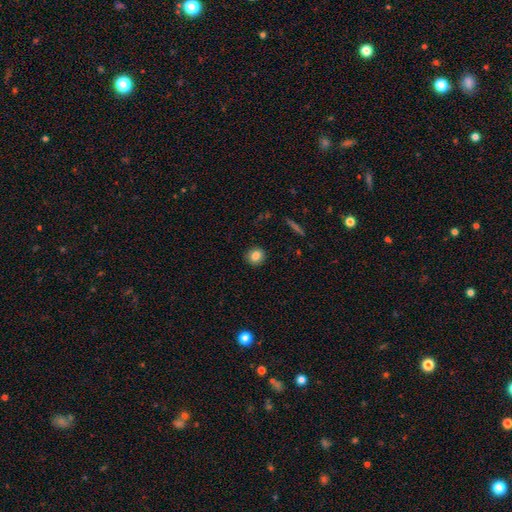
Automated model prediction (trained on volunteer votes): Morphology: type=smooth (83%); roundness=round (84%); merging=none (89%).